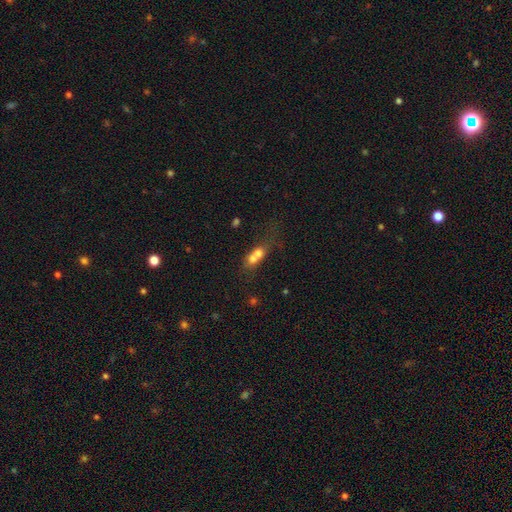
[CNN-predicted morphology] Overall: smooth (64%). How rounded: round (47%; in between 46%). Merging: merger (71%).